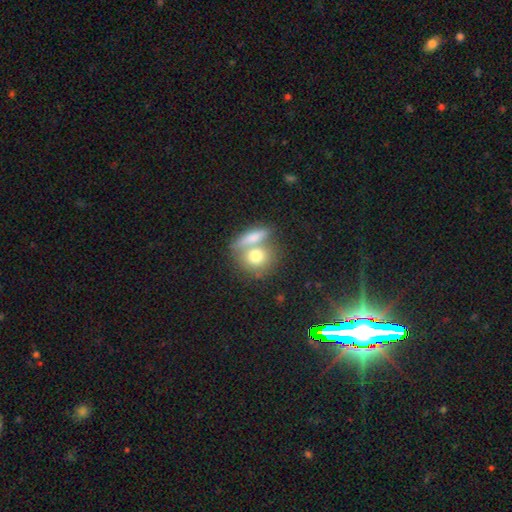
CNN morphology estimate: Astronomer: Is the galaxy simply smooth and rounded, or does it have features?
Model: smooth — 74%.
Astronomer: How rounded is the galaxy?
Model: round — 69%.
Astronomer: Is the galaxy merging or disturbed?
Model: merger — 50% (runner-up: none, 37%).